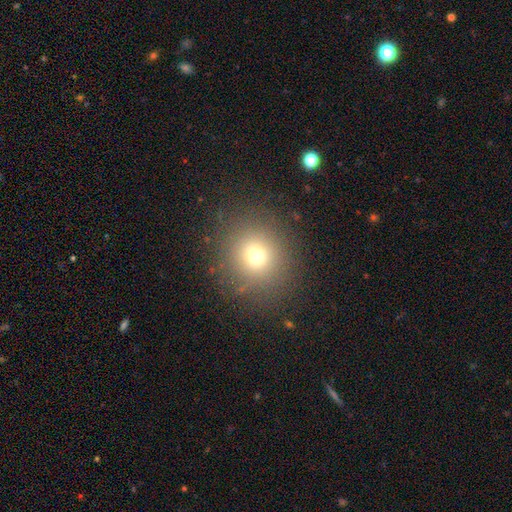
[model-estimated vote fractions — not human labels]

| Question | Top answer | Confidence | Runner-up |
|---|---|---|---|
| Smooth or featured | smooth | 69% | star or artifact (20%) |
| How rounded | round | 89% | in between (10%) |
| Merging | none | 86% | minor disturbance (8%) |